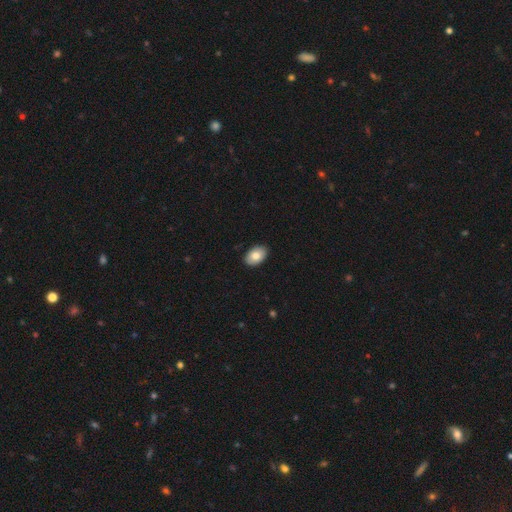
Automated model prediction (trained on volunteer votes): smooth 80%, featured or disk 14%, star or artifact 7%. Down the decision tree: how rounded — in between (90%); merging — none (90%).